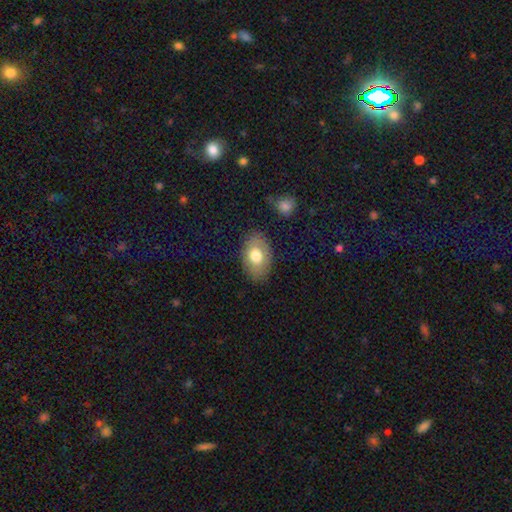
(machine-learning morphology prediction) Smooth or featured? Predicted: smooth (p=0.71). How rounded? Predicted: in between (p=0.88). Merging? Predicted: none (p=0.81).